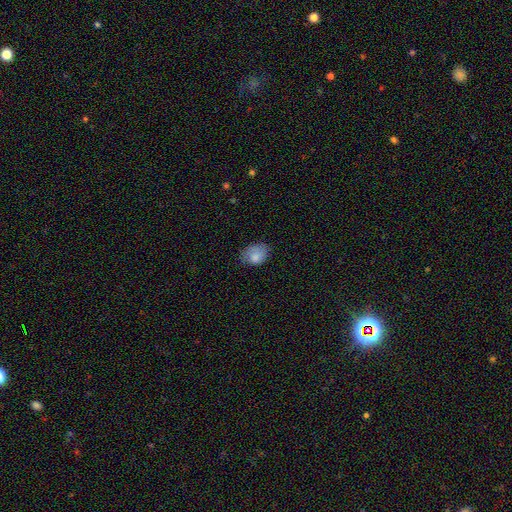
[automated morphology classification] This is likely a smooth galaxy (79%). How rounded: likely in between (68%). Merging: possibly none (60%).